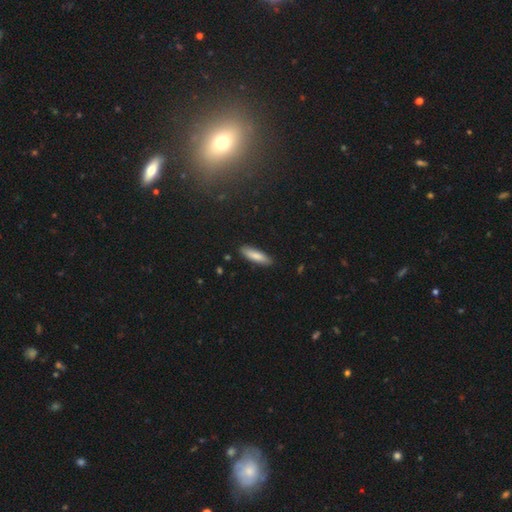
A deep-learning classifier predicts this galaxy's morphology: Overall: smooth (80%). How rounded: cigar-shaped (68%; in between 31%). Merging: none (87%).